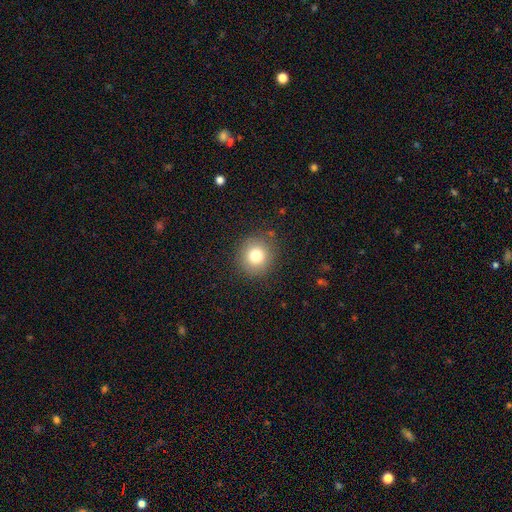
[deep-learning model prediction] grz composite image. It shows a smooth galaxy with no disk features (79%) that is round (92%). Merging: none (87%).